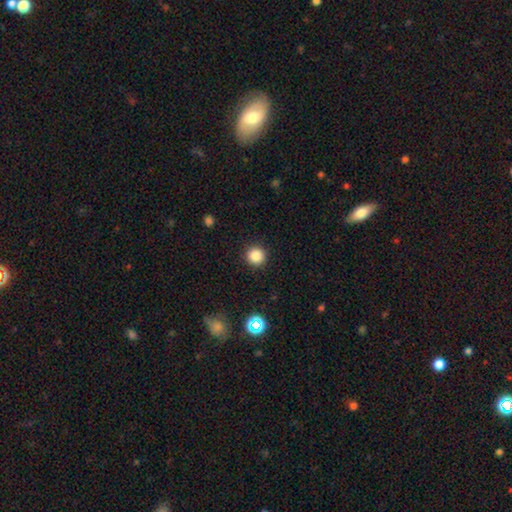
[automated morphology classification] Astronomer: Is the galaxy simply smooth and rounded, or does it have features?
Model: smooth — 85%.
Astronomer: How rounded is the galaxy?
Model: round — 95%.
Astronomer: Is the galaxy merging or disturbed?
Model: none — 92%.